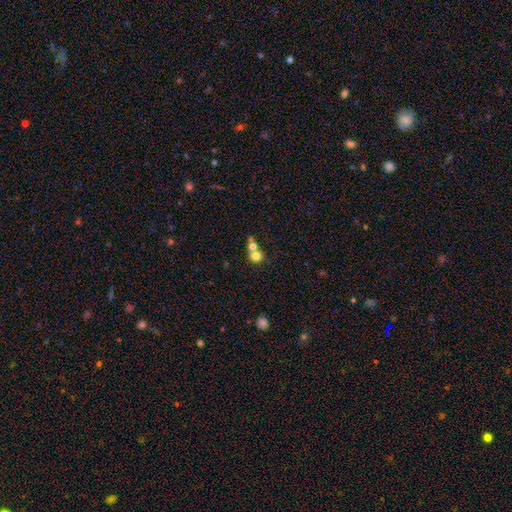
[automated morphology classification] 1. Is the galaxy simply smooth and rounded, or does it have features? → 75% smooth, 13% star or artifact, 12% featured or disk.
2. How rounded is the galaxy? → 83% round, 16% in between, 1% cigar-shaped.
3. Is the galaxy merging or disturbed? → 46% merger, 43% none, 7% minor disturbance, 4% major disturbance.